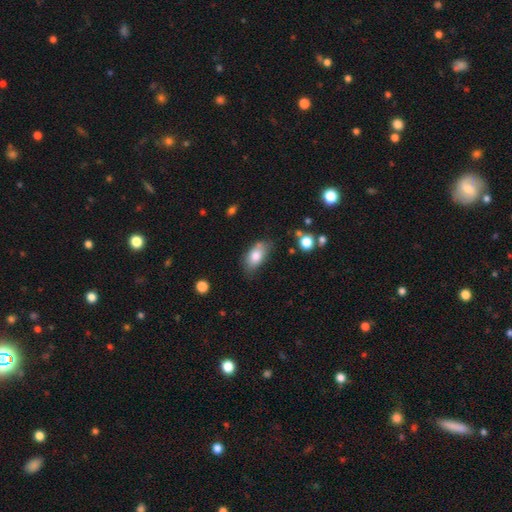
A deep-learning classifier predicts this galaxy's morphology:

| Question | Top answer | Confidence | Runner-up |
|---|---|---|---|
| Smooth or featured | smooth | 79% | featured or disk (13%) |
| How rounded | in between | 90% | round (6%) |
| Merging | none | 61% | minor disturbance (27%) |